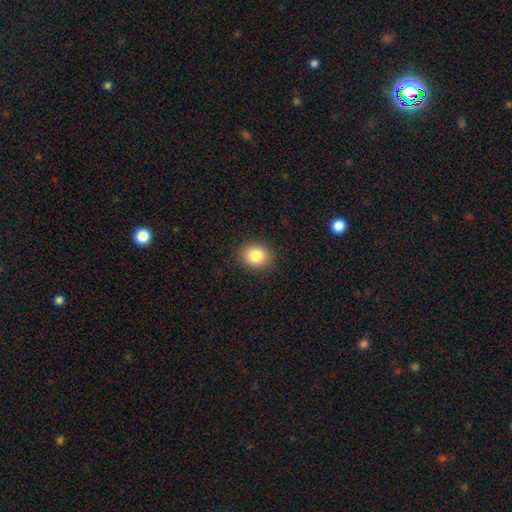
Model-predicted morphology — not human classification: smooth 84%, star or artifact 9%, featured or disk 6%. Down the decision tree: how rounded — round (62%); merging — none (89%).